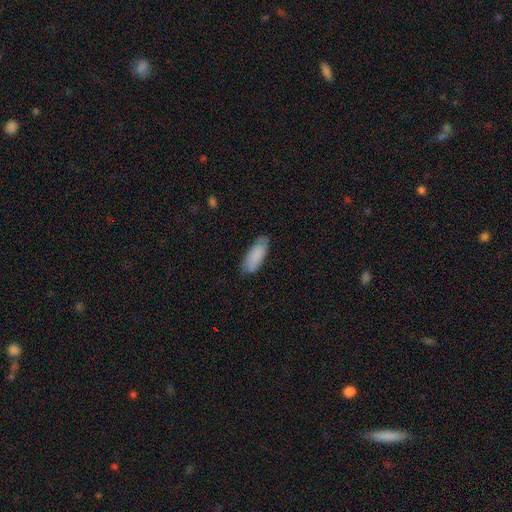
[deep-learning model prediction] smooth_or_featured: smooth (p=0.84) [alt: featured or disk p=0.10]
how_rounded: in between (p=0.79) [alt: cigar-shaped p=0.20]
merging: none (p=0.74) [alt: minor disturbance p=0.21]